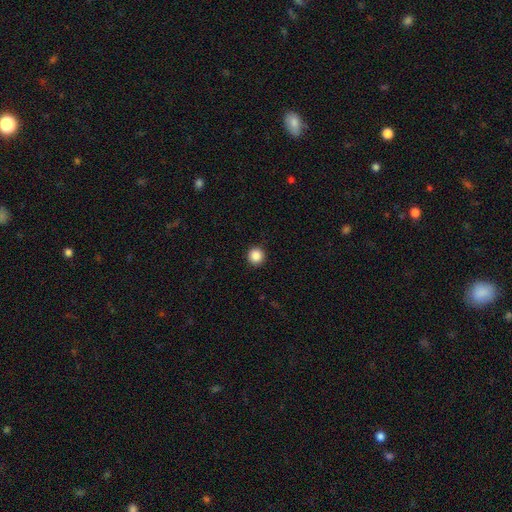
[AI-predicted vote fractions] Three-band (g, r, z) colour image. It shows a smooth galaxy with no disk features (88%) that is round (95%). Merging: none (93%).